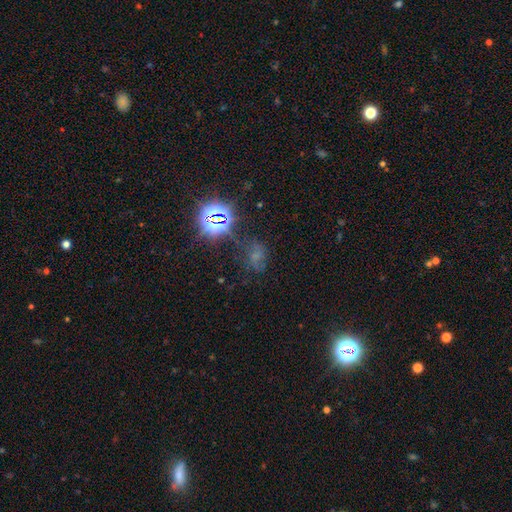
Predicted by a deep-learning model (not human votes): The model was most divided on "smooth or featured": star or artifact: 47%, smooth: 34%, featured or disk: 19%.